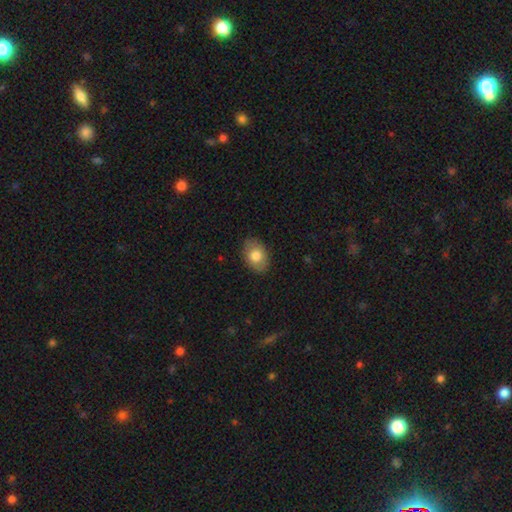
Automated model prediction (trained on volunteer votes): smooth_or_featured: smooth (p=0.78) [alt: featured or disk p=0.15]
how_rounded: in between (p=0.79) [alt: round p=0.20]
merging: none (p=0.85) [alt: minor disturbance p=0.12]